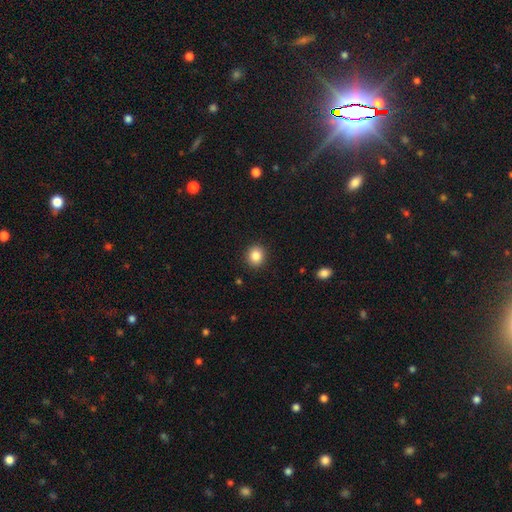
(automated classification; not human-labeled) smooth_or_featured: smooth (p=0.86) [alt: star or artifact p=0.10]
how_rounded: round (p=0.81) [alt: in between p=0.18]
merging: none (p=0.91) [alt: minor disturbance p=0.06]